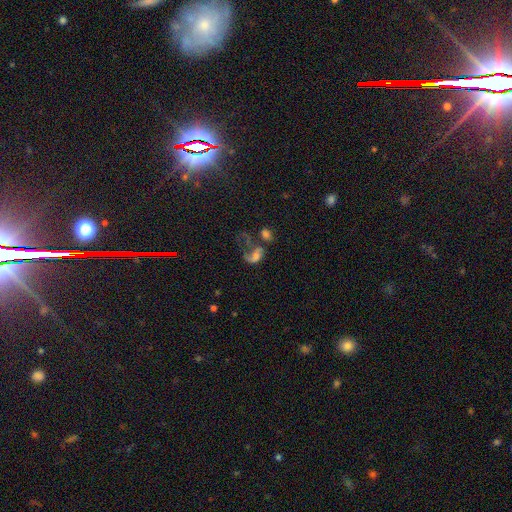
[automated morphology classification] smooth-or-featured: featured or disk: 45% | smooth: 39% | star or artifact: 16%
  merging: major disturbance: 42% | merger: 31% | none: 16% | minor disturbance: 11%